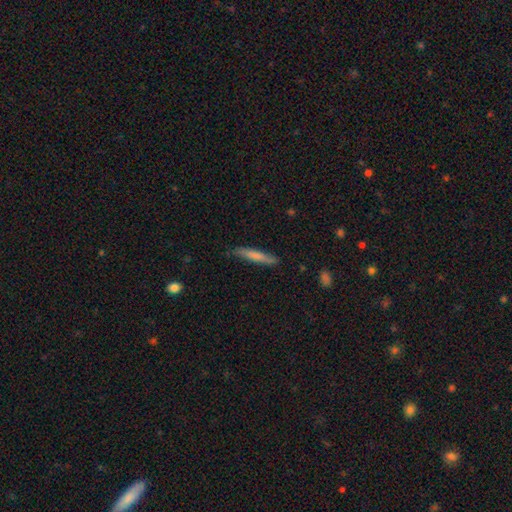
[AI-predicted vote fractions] Smooth or featured? Predicted: smooth (p=0.72). How rounded? Predicted: cigar-shaped (p=0.93). Merging? Predicted: none (p=0.82).